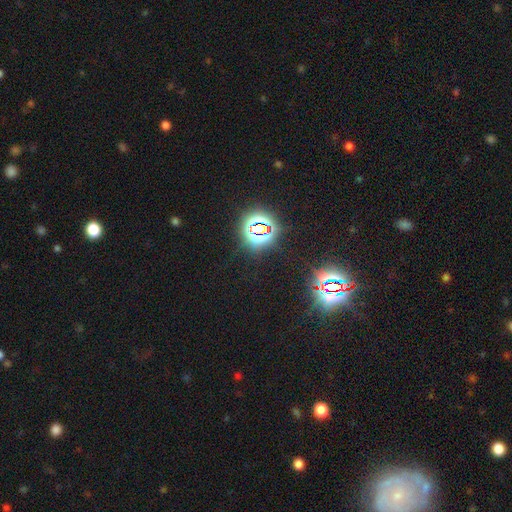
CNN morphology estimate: A star or artifact, not a galaxy (81%).

Vote fractions:
- Smooth or featured? star or artifact: 81% / smooth: 12% / featured or disk: 7%